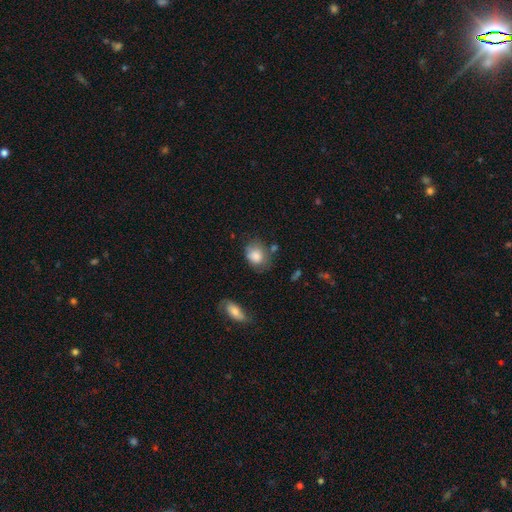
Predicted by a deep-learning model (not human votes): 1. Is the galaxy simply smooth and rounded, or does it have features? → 79% smooth, 13% featured or disk, 8% star or artifact.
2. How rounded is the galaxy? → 51% in between, 48% round, 1% cigar-shaped.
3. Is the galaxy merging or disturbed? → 54% none, 28% minor disturbance, 11% major disturbance, 6% merger.